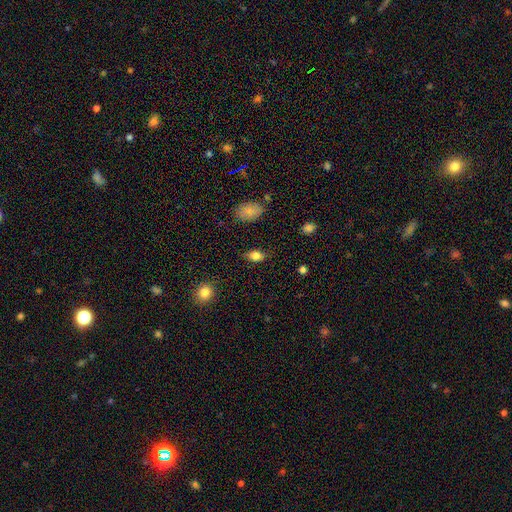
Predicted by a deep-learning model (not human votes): This appears to be a smooth galaxy with no disk features (81%) that is in between round and cigar-shaped (83%). Merging: none (79%).